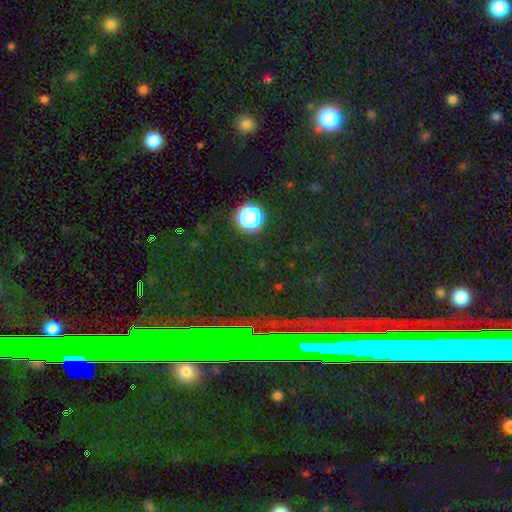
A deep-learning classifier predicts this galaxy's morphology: smooth-or-featured: star or artifact: 74% | smooth: 17% | featured or disk: 10%